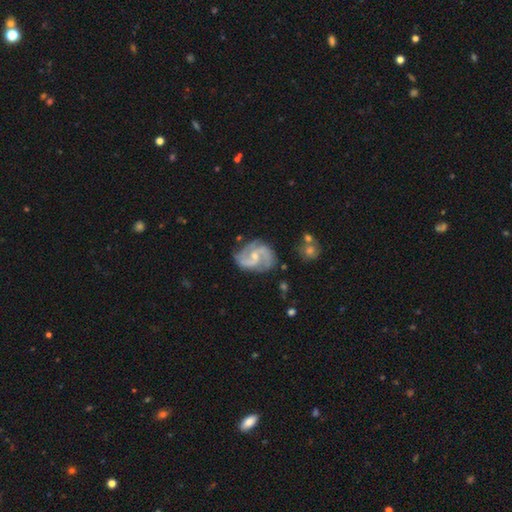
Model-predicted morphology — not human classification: Smooth or featured? Predicted: featured or disk (p=0.88). Edge-on disk? Predicted: no (p=0.98). Bar? Predicted: weak (p=0.46). Spiral arms? Predicted: yes (p=0.97). Spiral winding? Predicted: medium (p=0.54). Spiral arm count? Predicted: 2 (p=0.82). Bulge size? Predicted: small (p=0.57). Merging? Predicted: none (p=0.70).